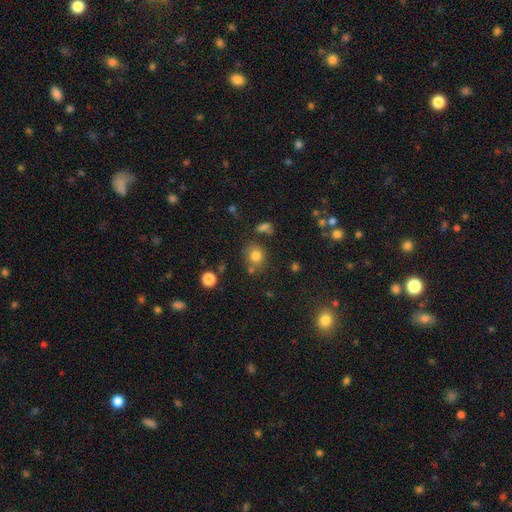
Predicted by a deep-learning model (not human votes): Overall: smooth (78%). How rounded: round (78%). Merging: none (70%).